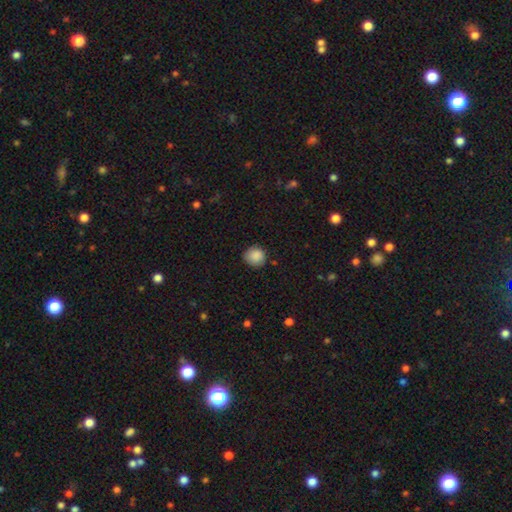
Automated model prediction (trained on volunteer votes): smooth_or_featured: smooth (p=0.88) [alt: star or artifact p=0.08]
how_rounded: round (p=0.89) [alt: in between p=0.10]
merging: none (p=0.81) [alt: minor disturbance p=0.15]